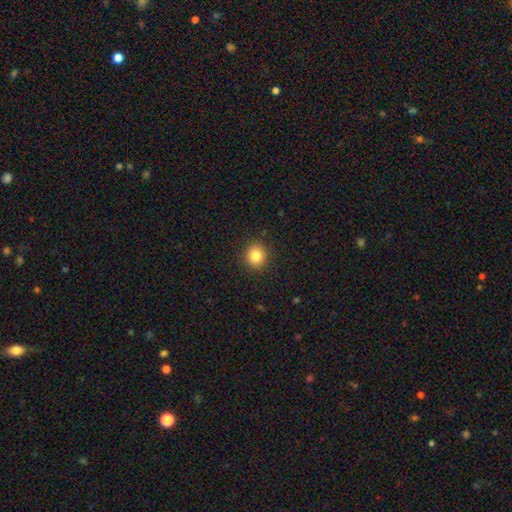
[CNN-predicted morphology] A smooth galaxy with no disk features (83%) that is round (89%). Merging: none (91%).